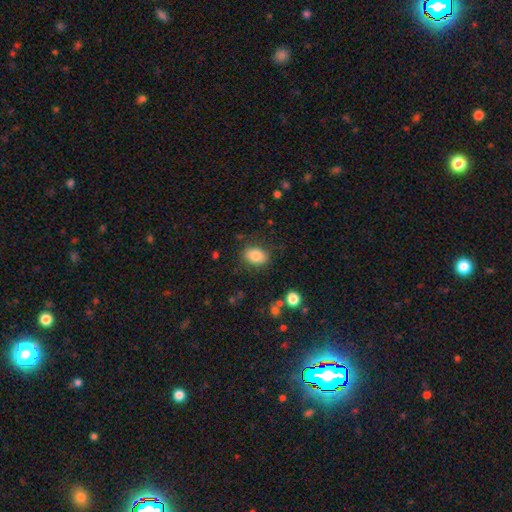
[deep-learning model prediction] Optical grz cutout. It shows a smooth galaxy with no disk features (82%) that is in between round and cigar-shaped (77%). Merging: none (82%).